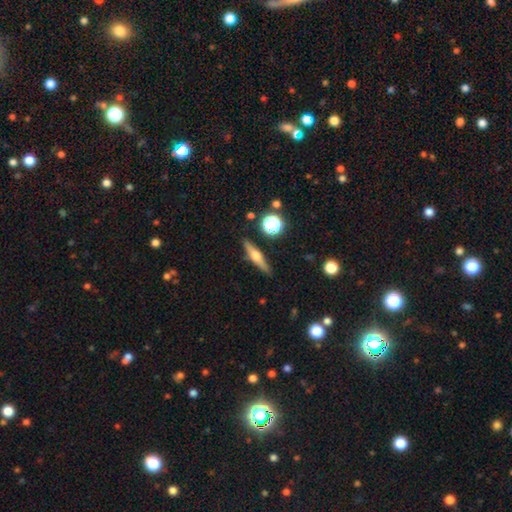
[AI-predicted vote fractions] Smooth or featured?
  - featured or disk: 58% *
  - smooth: 34%
  - star or artifact: 8%
Edge-on disk?
  - yes: 95% *
  - no: 5%
Edge-on bulge?
  - rounded: 93% *
  - boxy: 4%
  - none: 3%
Merging?
  - none: 88% *
  - minor disturbance: 8%
  - merger: 2%
  - major disturbance: 2%